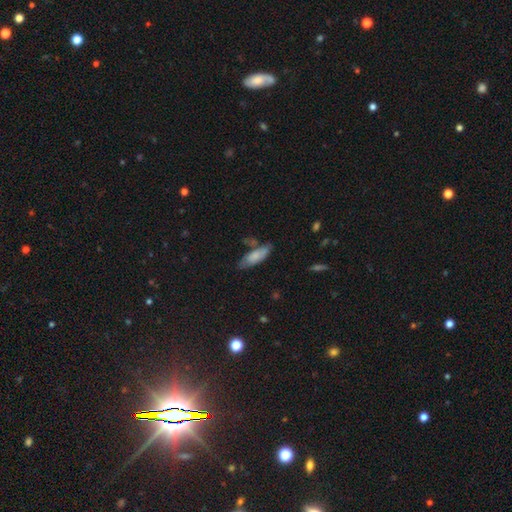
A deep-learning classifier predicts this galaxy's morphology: Overall: smooth (72%). How rounded: in between (62%; cigar-shaped 36%). Merging: none (58%; minor disturbance 24%).